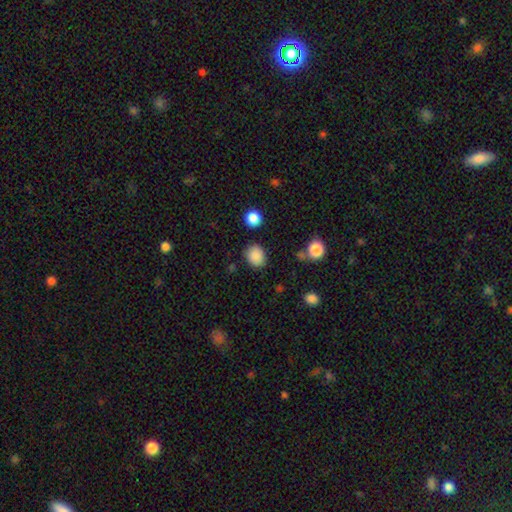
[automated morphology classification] This appears to be a smooth galaxy with no disk features (87%) that is round (65%). Merging: none (82%).